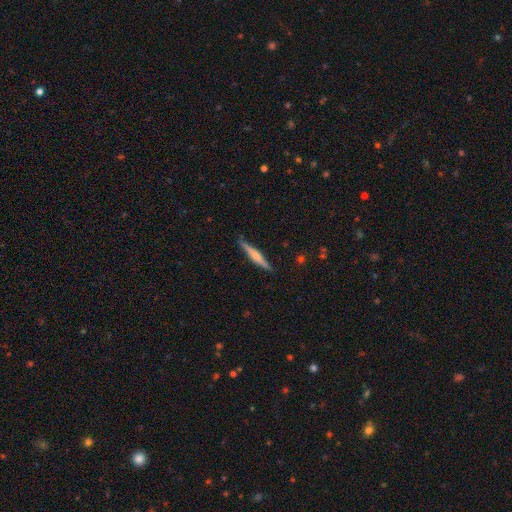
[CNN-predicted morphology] featured or disk 54%, smooth 40%, star or artifact 6%. Down the decision tree: edge-on disk — yes (97%); edge-on bulge — rounded (62%); merging — none (88%).